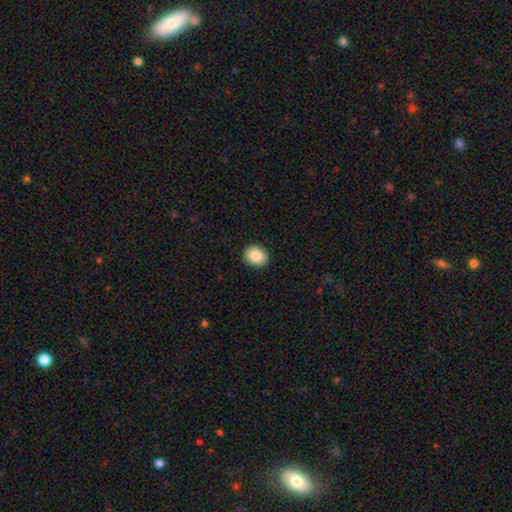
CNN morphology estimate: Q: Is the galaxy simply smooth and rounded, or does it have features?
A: smooth — 87%.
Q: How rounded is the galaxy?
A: round — 58%.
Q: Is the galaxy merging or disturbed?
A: none — 91%.